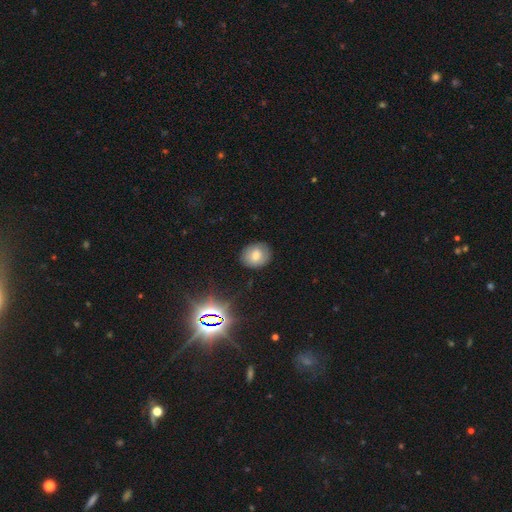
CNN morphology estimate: The model was most divided on "how rounded": round: 67%, in between: 32%, cigar-shaped: 1%. More confident: merging — none (85%); smooth or featured — smooth (72%).